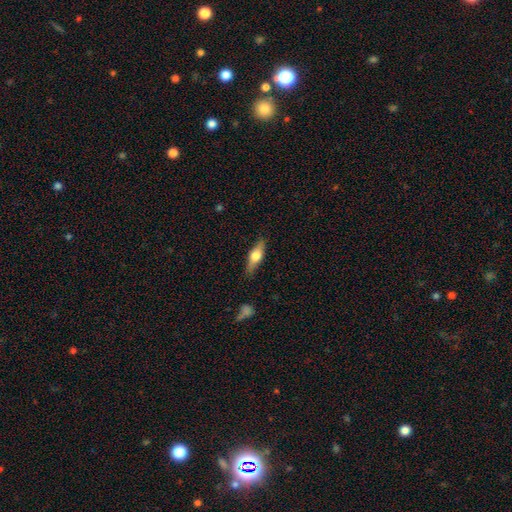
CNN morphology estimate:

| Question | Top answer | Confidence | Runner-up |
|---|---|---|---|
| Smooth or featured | smooth | 50% | featured or disk (44%) |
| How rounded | in between | 50% | cigar-shaped (47%) |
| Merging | none | 84% | minor disturbance (12%) |